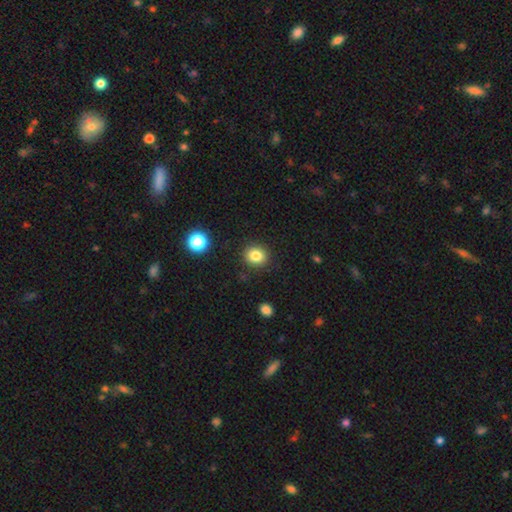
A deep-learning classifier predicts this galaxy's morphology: smooth 82%, star or artifact 11%, featured or disk 6%. Down the decision tree: how rounded — round (77%); merging — none (89%).